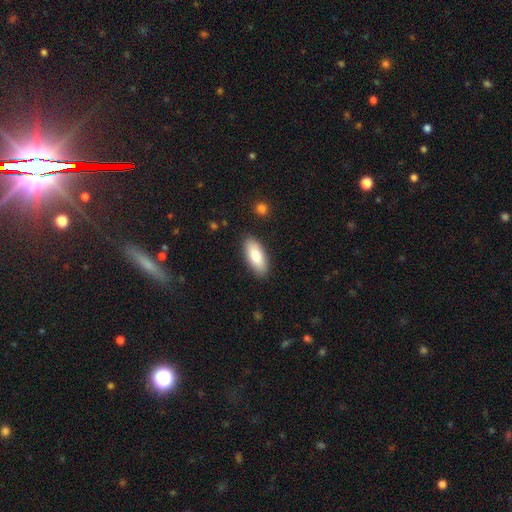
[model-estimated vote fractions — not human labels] This appears to be a smooth galaxy with no disk features (84%) that is in between round and cigar-shaped (82%). Merging: none (88%).